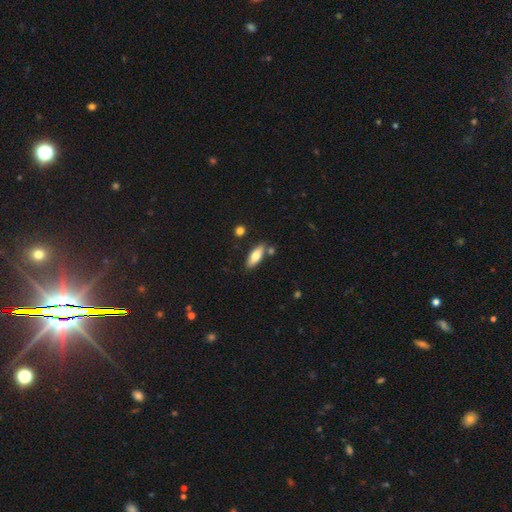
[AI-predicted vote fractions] A smooth galaxy with no disk features (73%) that is in between round and cigar-shaped (64%). Merging: none (79%).